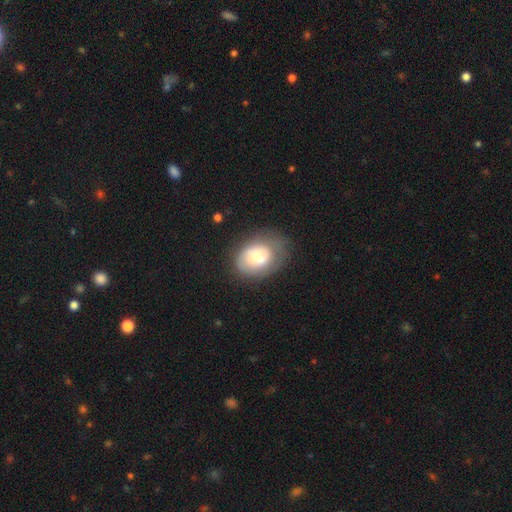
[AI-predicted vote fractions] Overall: smooth (64%; featured or disk 27%). How rounded: in between (70%). Merging: none (53%; minor disturbance 29%).